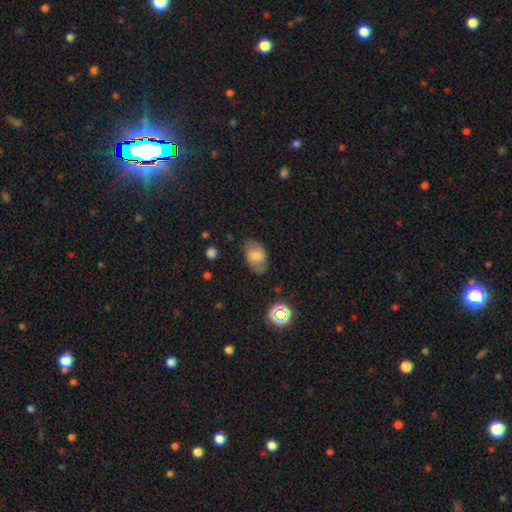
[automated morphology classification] This is likely a smooth galaxy (66%). How rounded: clearly in between (90%). Merging: likely none (77%).